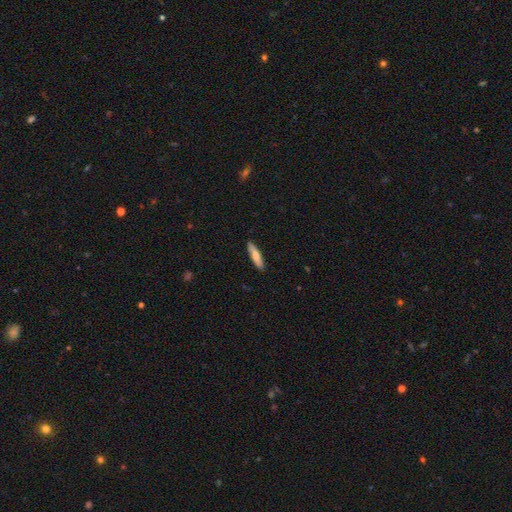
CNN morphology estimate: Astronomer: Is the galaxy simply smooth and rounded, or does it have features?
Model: smooth — 67%.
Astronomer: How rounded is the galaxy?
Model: cigar-shaped — 76%.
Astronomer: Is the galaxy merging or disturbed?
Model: none — 89%.